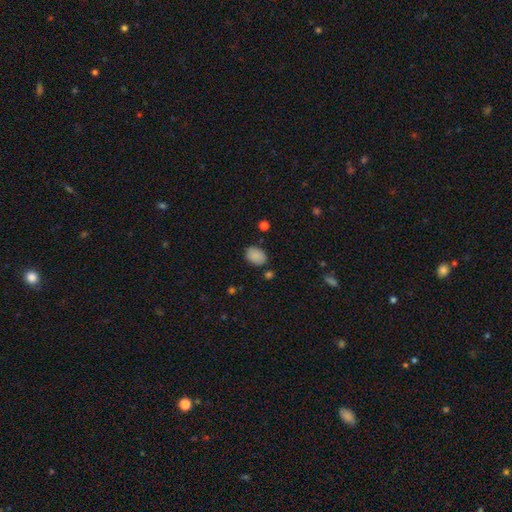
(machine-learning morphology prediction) Smooth or featured? Predicted: smooth (p=0.87). How rounded? Predicted: in between (p=0.73). Merging? Predicted: none (p=0.78).